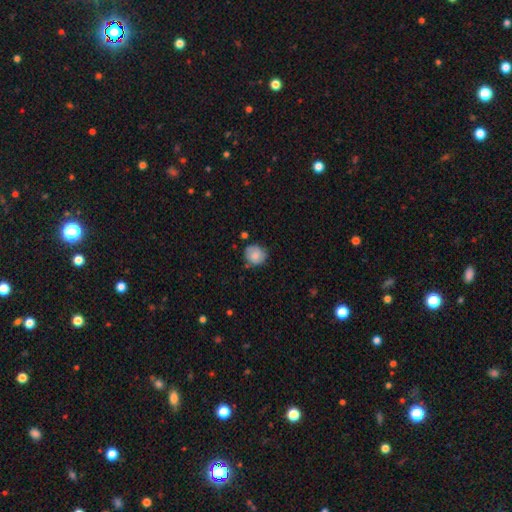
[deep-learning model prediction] This appears to be a smooth galaxy with no disk features (78%) that is round (84%). Merging: none (70%).